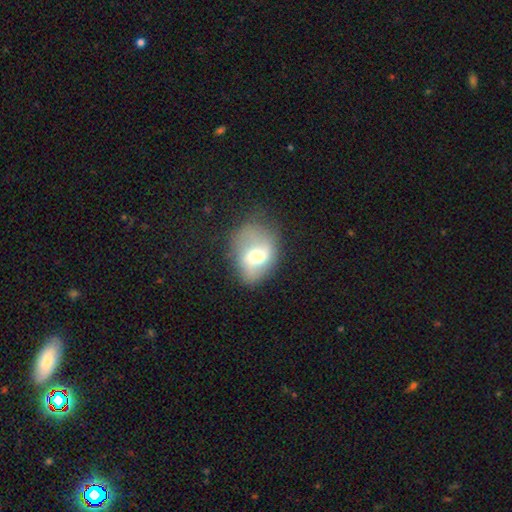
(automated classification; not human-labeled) Smooth or featured?
  - featured or disk: 55% *
  - smooth: 36%
  - star or artifact: 9%
Edge-on disk?
  - no: 96% *
  - yes: 4%
Bar?
  - weak: 49% *
  - no: 32%
  - strong: 19%
Spiral arms?
  - yes: 68% *
  - no: 32%
Bulge size?
  - moderate: 62% *
  - large: 19%
  - small: 15%
  - dominant: 2%
  - none: 2%
Merging?
  - none: 53% *
  - minor disturbance: 26%
  - major disturbance: 17%
  - merger: 3%